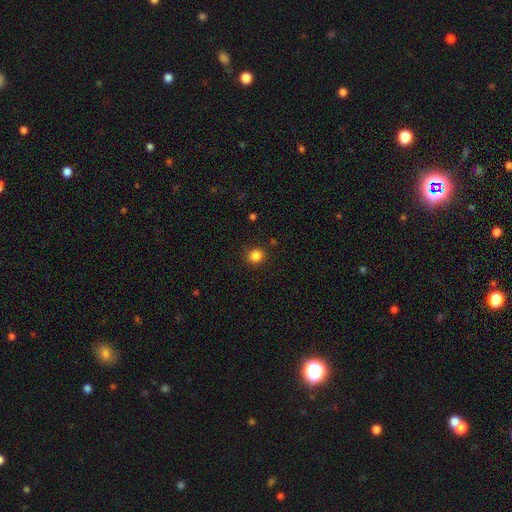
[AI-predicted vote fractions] Smooth or featured?
  - smooth: 85% *
  - star or artifact: 12%
  - featured or disk: 4%
How rounded?
  - round: 84% *
  - in between: 15%
  - cigar-shaped: 1%
Merging?
  - none: 88% *
  - minor disturbance: 8%
  - major disturbance: 3%
  - merger: 1%